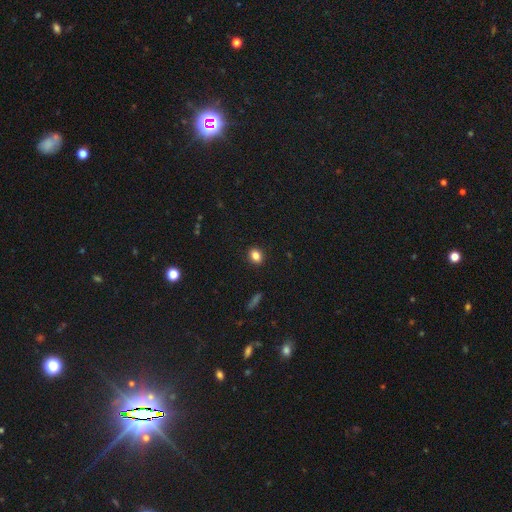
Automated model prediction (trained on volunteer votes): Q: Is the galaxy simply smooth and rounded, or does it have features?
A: smooth — 84%.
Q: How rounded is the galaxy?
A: in between — 52%.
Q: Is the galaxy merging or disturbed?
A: none — 91%.